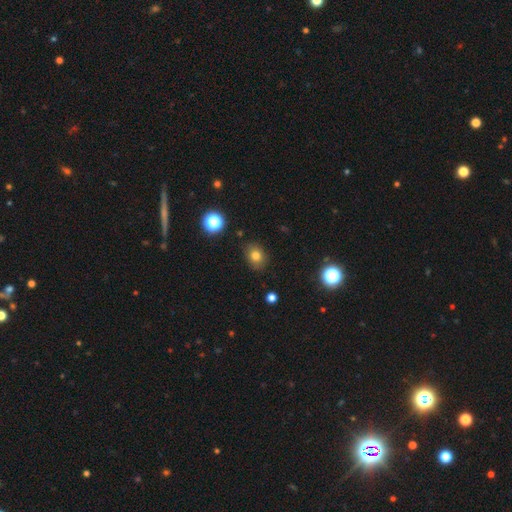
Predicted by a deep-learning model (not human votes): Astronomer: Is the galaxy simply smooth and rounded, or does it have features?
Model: smooth — 77%.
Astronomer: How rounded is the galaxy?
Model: in between — 52% (runner-up: round, 47%).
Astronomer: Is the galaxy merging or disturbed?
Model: none — 83%.